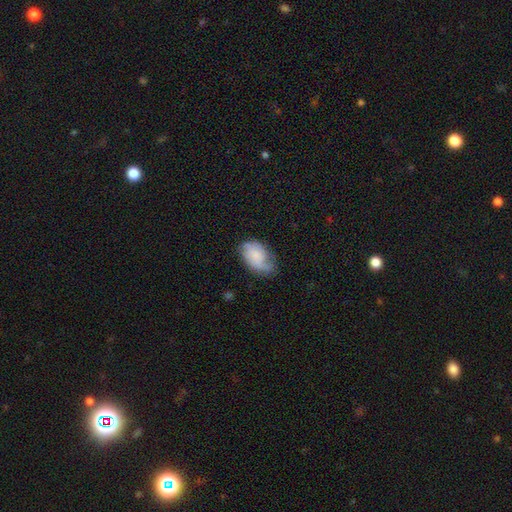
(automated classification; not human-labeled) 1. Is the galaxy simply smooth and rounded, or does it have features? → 53% smooth, 39% featured or disk, 8% star or artifact.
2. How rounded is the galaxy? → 88% in between, 11% round, 1% cigar-shaped.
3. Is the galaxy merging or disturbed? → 51% none, 32% minor disturbance, 15% major disturbance, 2% merger.